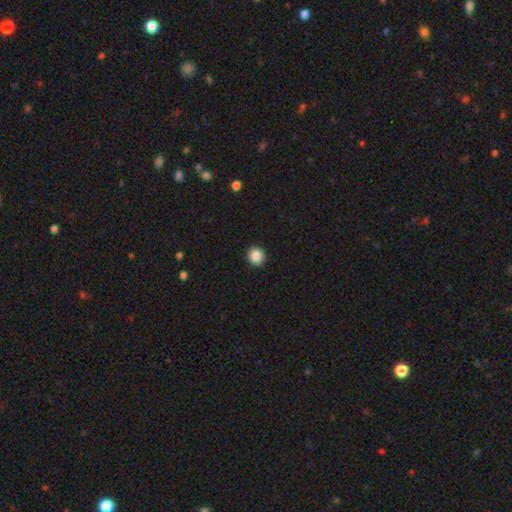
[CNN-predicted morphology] type=smooth (87%); roundness=round (89%); merging=none (92%).